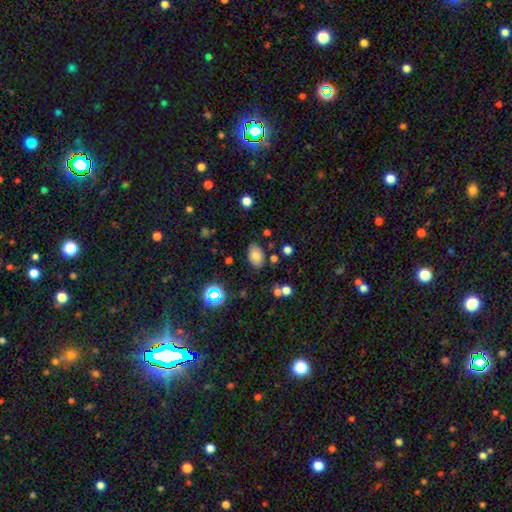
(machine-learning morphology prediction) smooth 75%, featured or disk 13%, star or artifact 12%. Down the decision tree: how rounded — in between (89%); merging — none (80%).